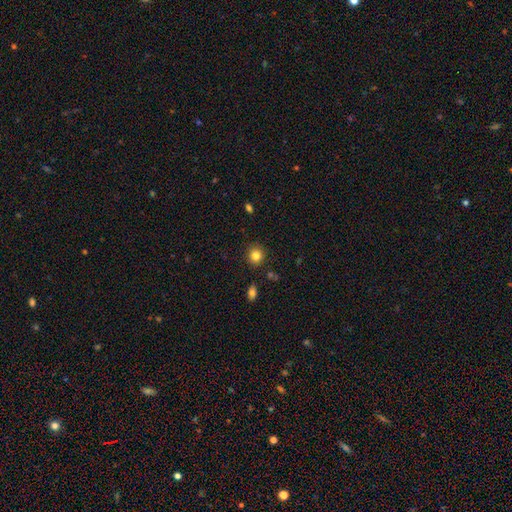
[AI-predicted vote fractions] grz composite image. It shows a smooth galaxy with no disk features (83%) that is round (88%). Merging: none (88%).